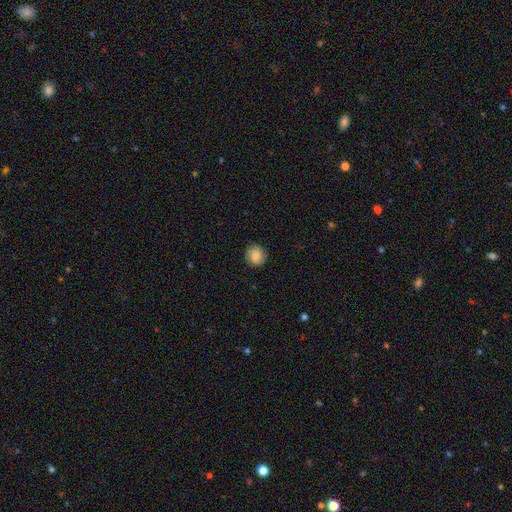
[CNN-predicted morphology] type=smooth (85%); roundness=round (90%); merging=none (88%).